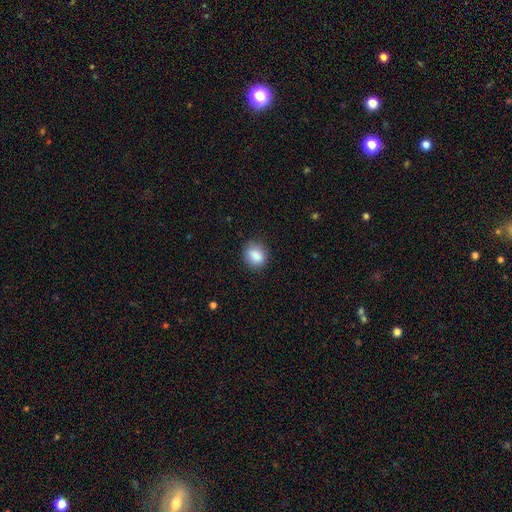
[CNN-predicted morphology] This is clearly a smooth galaxy (86%). How rounded: possibly round (57%). Merging: clearly none (84%).